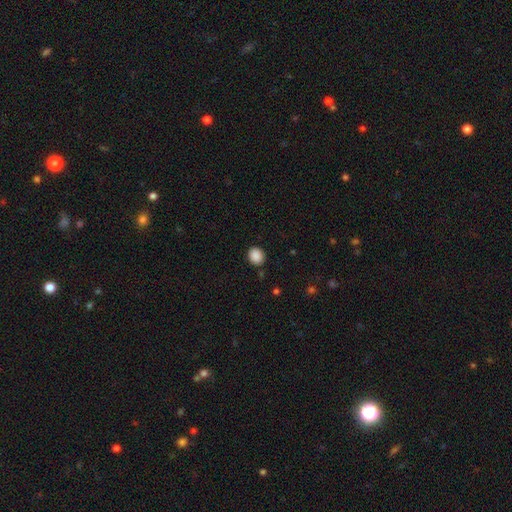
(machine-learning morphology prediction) smooth_or_featured: smooth (p=0.88) [alt: star or artifact p=0.09]
how_rounded: round (p=0.75) [alt: in between p=0.24]
merging: none (p=0.88) [alt: minor disturbance p=0.08]